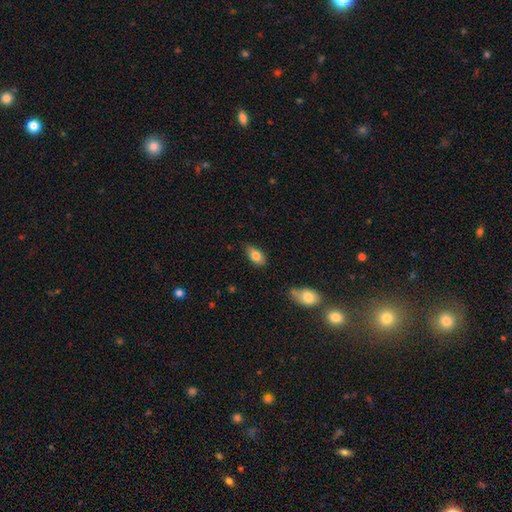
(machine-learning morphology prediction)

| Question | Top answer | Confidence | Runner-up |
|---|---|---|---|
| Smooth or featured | smooth | 81% | featured or disk (12%) |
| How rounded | in between | 90% | cigar-shaped (6%) |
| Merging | none | 81% | minor disturbance (14%) |